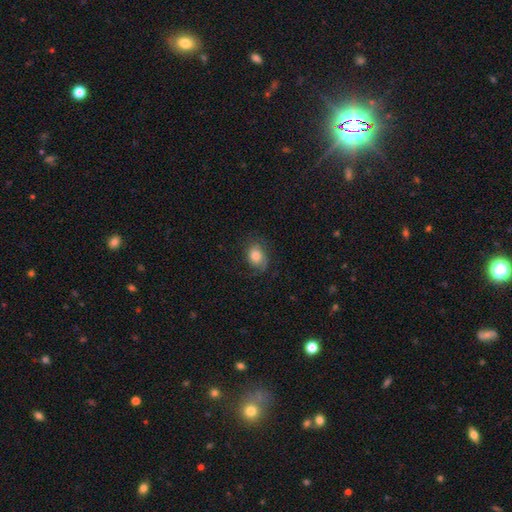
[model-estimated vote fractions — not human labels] Smooth or featured?
  - smooth: 68% *
  - featured or disk: 23%
  - star or artifact: 9%
How rounded?
  - in between: 66% *
  - round: 33%
  - cigar-shaped: 1%
Merging?
  - none: 66% *
  - minor disturbance: 22%
  - major disturbance: 11%
  - merger: 1%